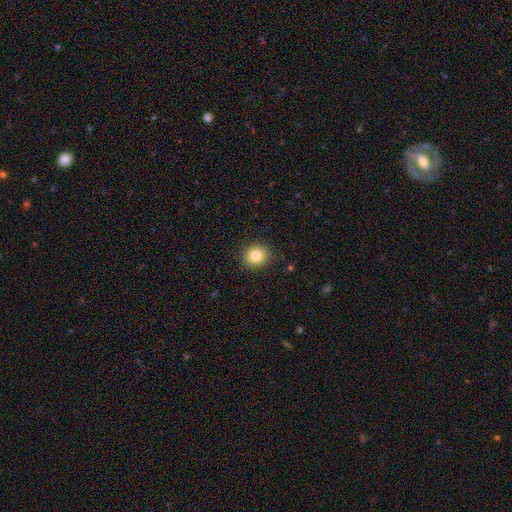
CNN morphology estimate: Smooth or featured? Predicted: smooth (p=0.84). How rounded? Predicted: round (p=0.79). Merging? Predicted: none (p=0.89).